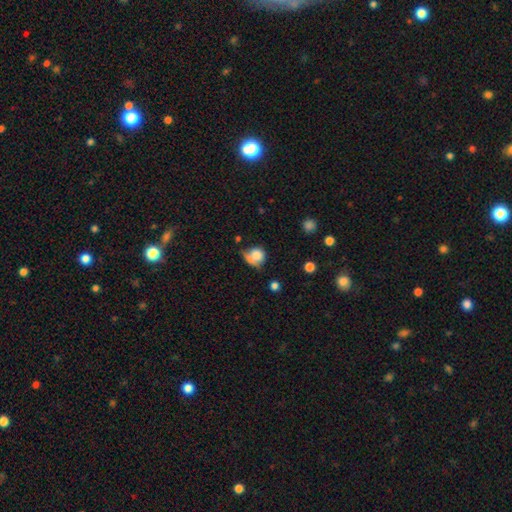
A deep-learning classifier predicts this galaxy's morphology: Smooth or featured? Predicted: smooth (p=0.77). How rounded? Predicted: round (p=0.71). Merging? Predicted: none (p=0.36).